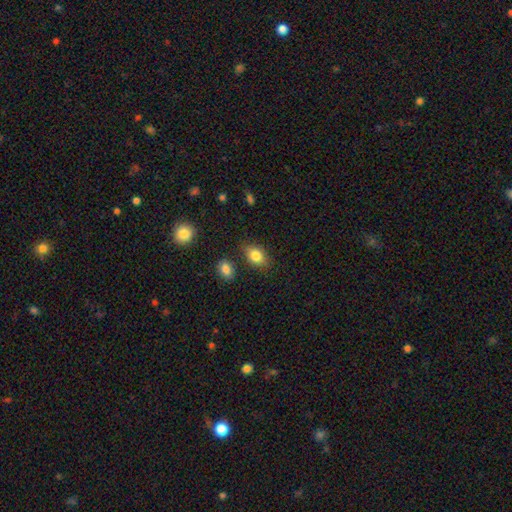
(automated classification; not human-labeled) smooth 83%, star or artifact 8%, featured or disk 8%. Down the decision tree: how rounded — in between (82%); merging — none (81%).